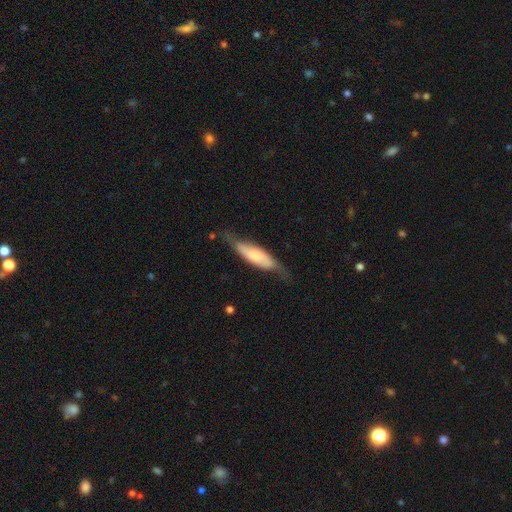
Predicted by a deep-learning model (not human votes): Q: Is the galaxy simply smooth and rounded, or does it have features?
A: smooth — 53%.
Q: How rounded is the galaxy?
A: cigar-shaped — 53%.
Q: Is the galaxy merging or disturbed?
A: none — 60%.